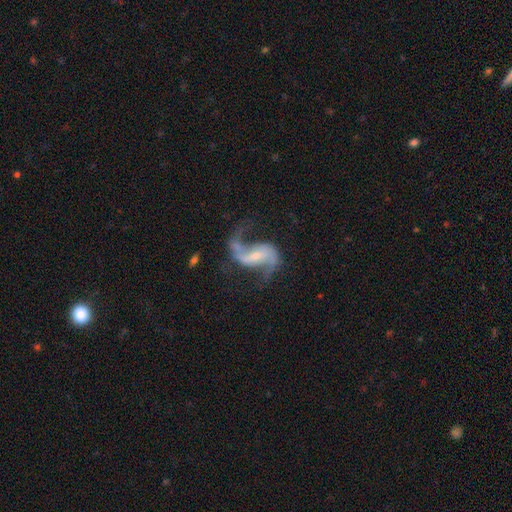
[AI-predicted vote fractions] smooth-or-featured: featured or disk: 91% | star or artifact: 5% | smooth: 4%
  disk-edge-on: no: 97% | yes: 3%
    bar: weak: 40% (tied) | strong: 40% (tied) | no: 20%
    has-spiral-arms: yes: 97% | no: 3%
      spiral-winding: loose: 65% | medium: 30% | tight: 5%
      spiral-arm-count: 2: 93% | 1: 3% | can't tell: 2% | 3: 1% | 4: 1% | more than 4: 1%
    bulge-size: small: 63% | moderate: 25% | none: 8% | large: 3% | dominant: 1%
  merging: none: 67% | major disturbance: 15% | minor disturbance: 15% | merger: 3%